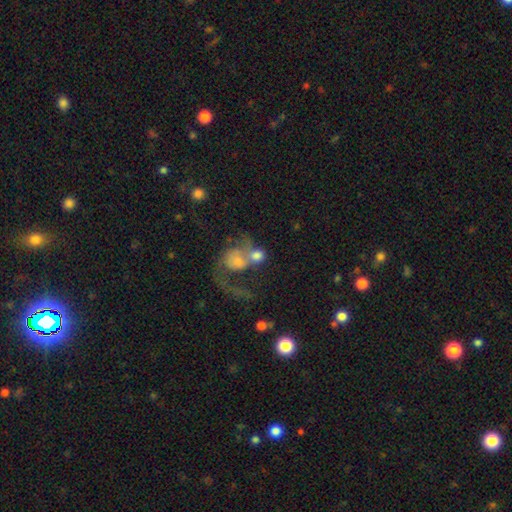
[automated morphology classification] A smooth galaxy with no disk features (52%) that is round (67%). Merging: merger (64%).